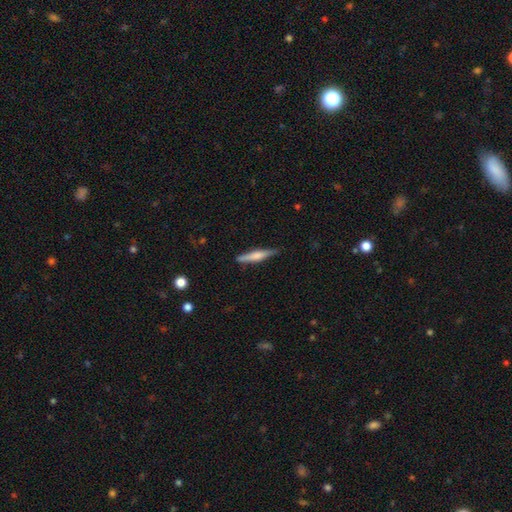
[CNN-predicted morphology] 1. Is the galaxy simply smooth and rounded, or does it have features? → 47% featured or disk (tied), 47% smooth (tied), 6% star or artifact.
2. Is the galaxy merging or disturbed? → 85% none, 12% minor disturbance, 2% major disturbance, 1% merger.